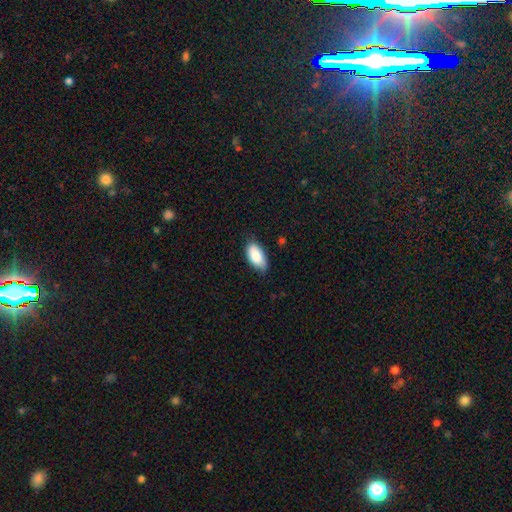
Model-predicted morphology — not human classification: This is clearly a smooth galaxy (85%). How rounded: clearly in between (93%). Merging: likely none (70%).